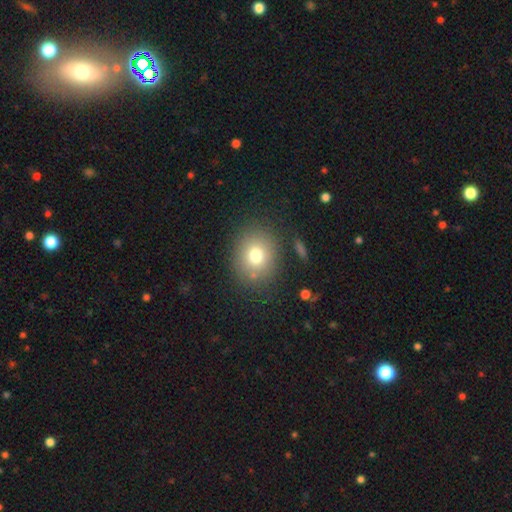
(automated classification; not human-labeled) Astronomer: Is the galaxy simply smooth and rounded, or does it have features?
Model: smooth — 75%.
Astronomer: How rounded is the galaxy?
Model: round — 70%.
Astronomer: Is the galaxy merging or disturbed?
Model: none — 83%.